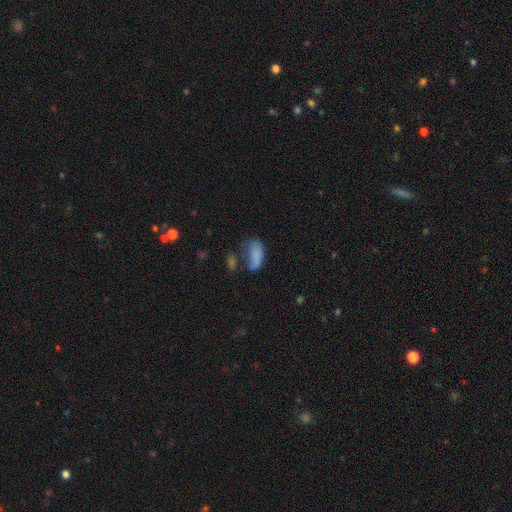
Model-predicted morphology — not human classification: smooth_or_featured: smooth (p=0.73) [alt: featured or disk p=0.16]
how_rounded: in between (p=0.88) [alt: cigar-shaped p=0.07]
merging: major disturbance (p=0.36) [alt: none p=0.27]